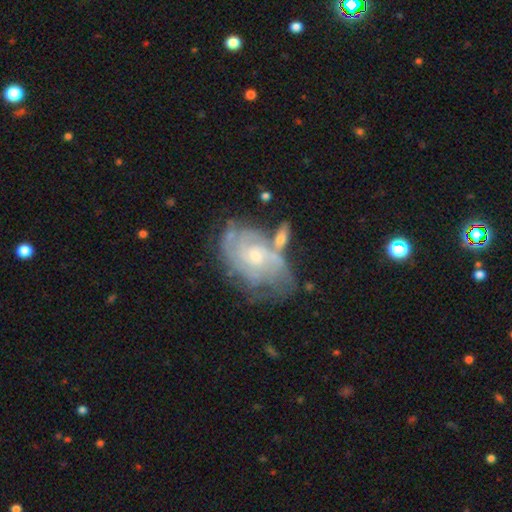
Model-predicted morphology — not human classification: A featured or disk galaxy (80%) with no bar (71%), tight (60%) spiral arms (89%) and a small central bulge (52%). Merging: none (48%).